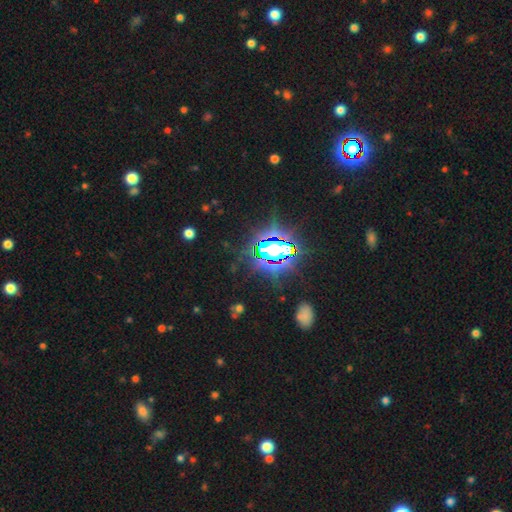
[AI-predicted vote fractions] A star or artifact, not a galaxy (78%).